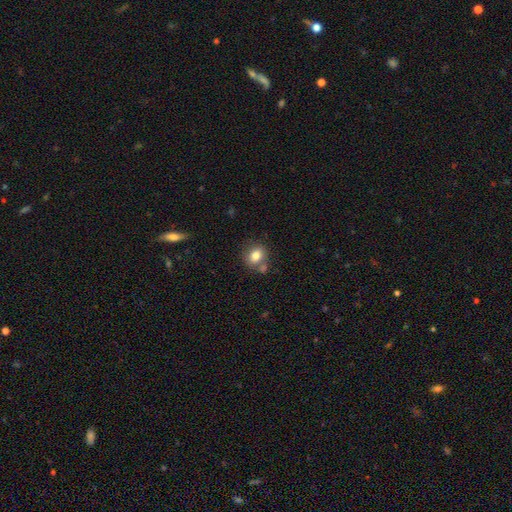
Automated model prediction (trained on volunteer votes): Overall: smooth (80%). How rounded: round (63%; in between 36%). Merging: none (63%).